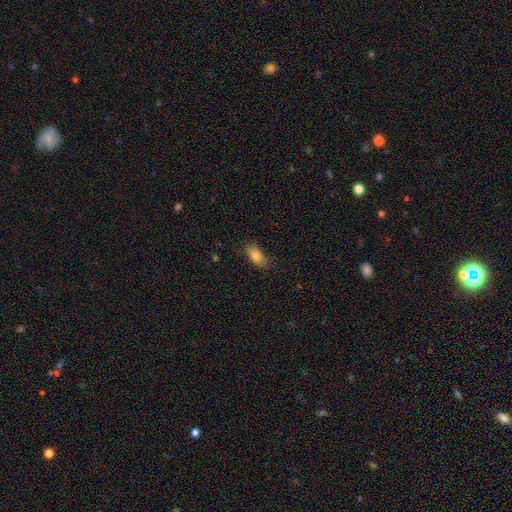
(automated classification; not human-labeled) Smooth or featured?
  - smooth: 82% *
  - featured or disk: 10%
  - star or artifact: 8%
How rounded?
  - in between: 86% *
  - cigar-shaped: 10%
  - round: 4%
Merging?
  - none: 76% *
  - minor disturbance: 19%
  - major disturbance: 4%
  - merger: 1%